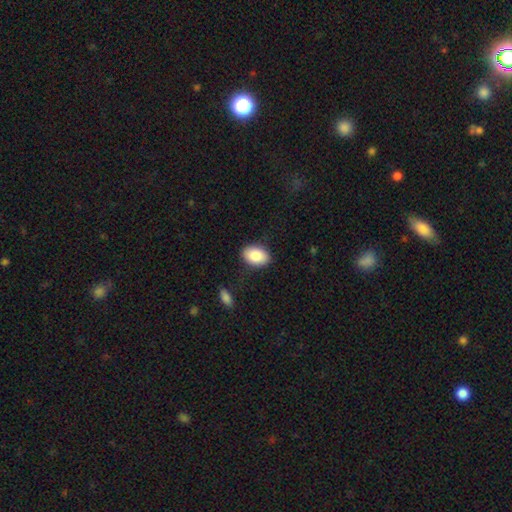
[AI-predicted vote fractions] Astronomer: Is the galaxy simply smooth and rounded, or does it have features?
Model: smooth — 87%.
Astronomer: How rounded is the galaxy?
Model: in between — 87%.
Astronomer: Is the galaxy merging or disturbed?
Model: none — 85%.